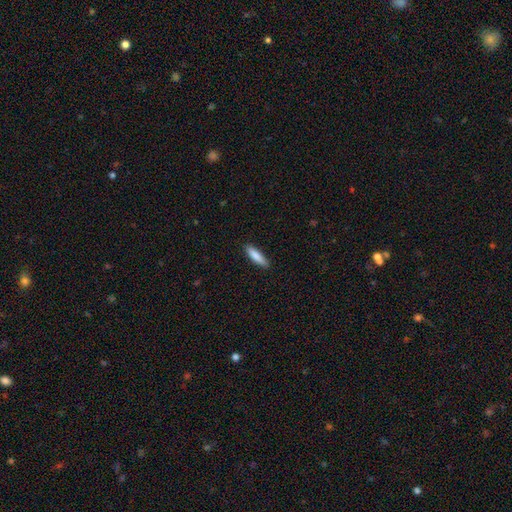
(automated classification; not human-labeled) This appears to be a smooth galaxy with no disk features (84%) that is cigar-shaped (73%). Merging: none (87%).